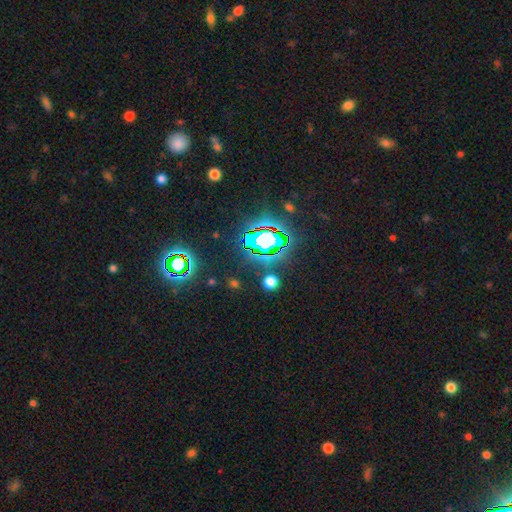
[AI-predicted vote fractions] Smooth or featured? Predicted: star or artifact (p=0.80).